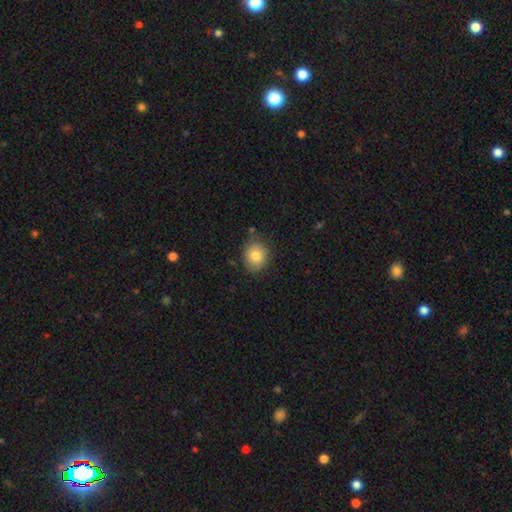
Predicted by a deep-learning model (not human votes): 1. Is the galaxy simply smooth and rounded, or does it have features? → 80% smooth, 11% featured or disk, 9% star or artifact.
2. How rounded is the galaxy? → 64% round, 35% in between, 1% cigar-shaped.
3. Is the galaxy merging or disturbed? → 77% none, 18% minor disturbance, 3% major disturbance, 3% merger.